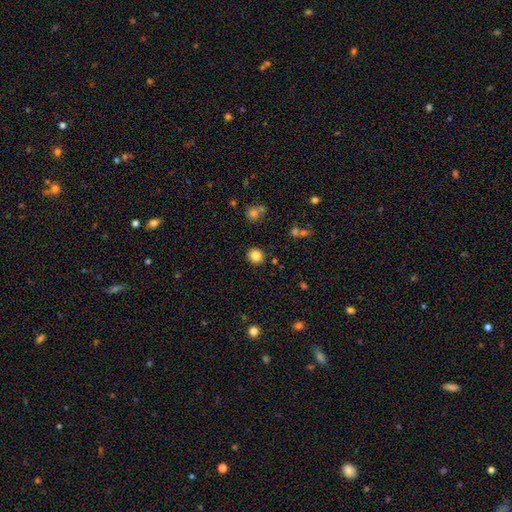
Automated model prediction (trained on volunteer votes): The model was most divided on "smooth or featured": smooth: 84%, star or artifact: 11%, featured or disk: 5%. More confident: merging — none (89%); how rounded — round (88%).